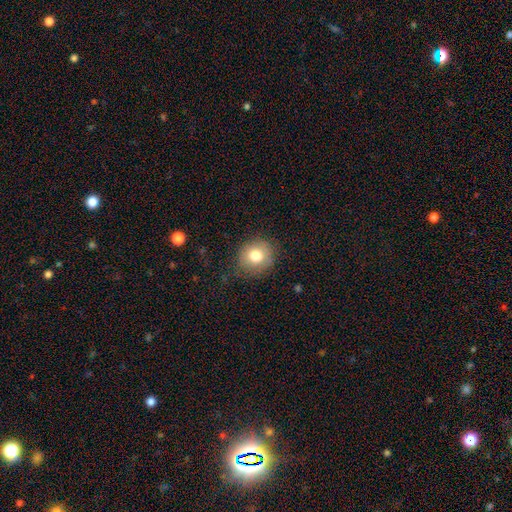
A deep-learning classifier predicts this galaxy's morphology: Q: Smooth or featured?
A: smooth (78%); runner-up: featured or disk (11%)
Q: How rounded?
A: round (81%); runner-up: in between (18%)
Q: Merging?
A: none (79%); runner-up: minor disturbance (15%)